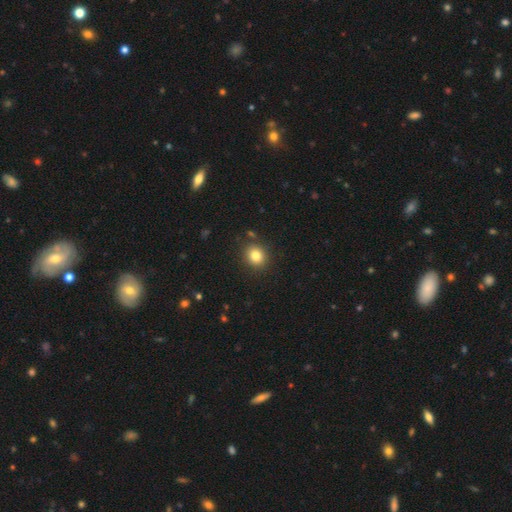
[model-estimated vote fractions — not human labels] A smooth galaxy with no disk features (82%) that is round (79%). Merging: none (87%).